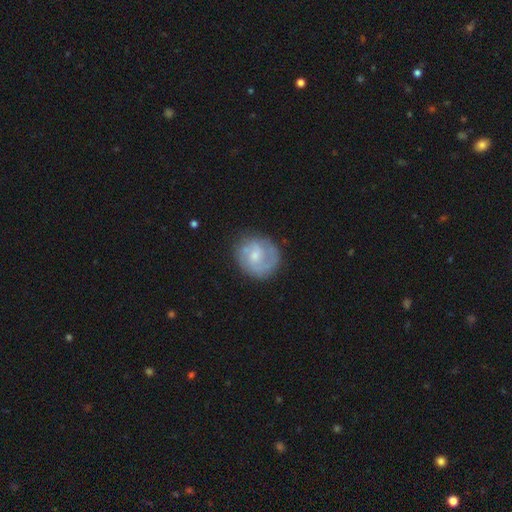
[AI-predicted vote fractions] A featured or disk galaxy (60%) with no bar (48%), spiral arms (80%) and a small central bulge (48%). Merging: none (71%).